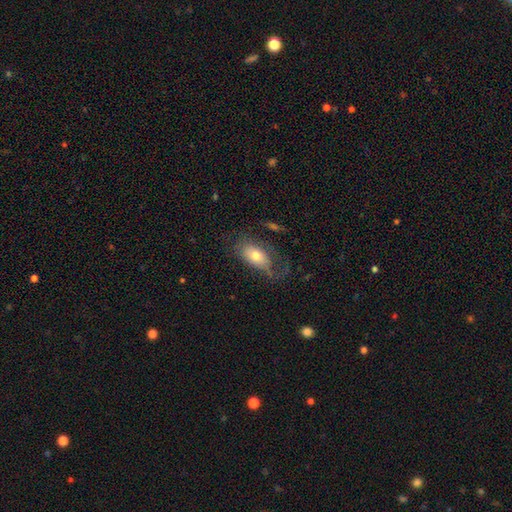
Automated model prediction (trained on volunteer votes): A smooth galaxy with no disk features (64%) that is in between round and cigar-shaped (89%).

Vote fractions:
- Smooth or featured? smooth: 64% / featured or disk: 28% / star or artifact: 8%
- How rounded? in between: 89% / round: 6% / cigar-shaped: 4%
- Merging? none: 44% / major disturbance: 30% / minor disturbance: 24% / merger: 2%